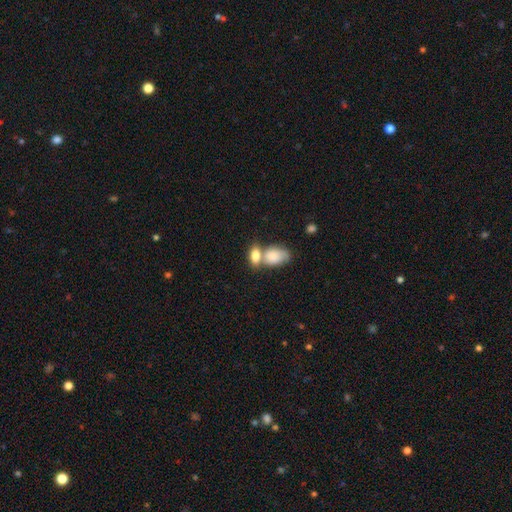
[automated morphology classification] A smooth galaxy with no disk features (80%) that is in between round and cigar-shaped (85%). Merging: merger (58%).